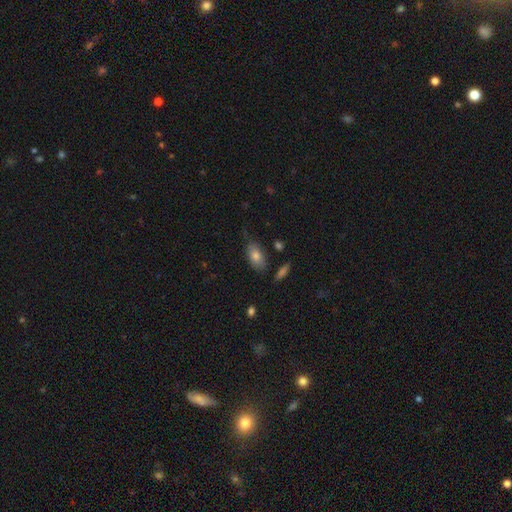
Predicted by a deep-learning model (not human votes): The model was most divided on "merging": none: 72%, minor disturbance: 20%, major disturbance: 4%, merger: 4%. More confident: how rounded — in between (91%); smooth or featured — smooth (77%).